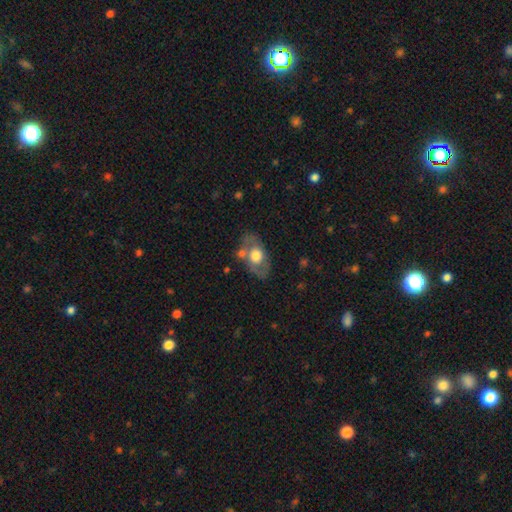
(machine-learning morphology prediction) This is possibly a smooth galaxy (49%). Merging: likely none (62%).